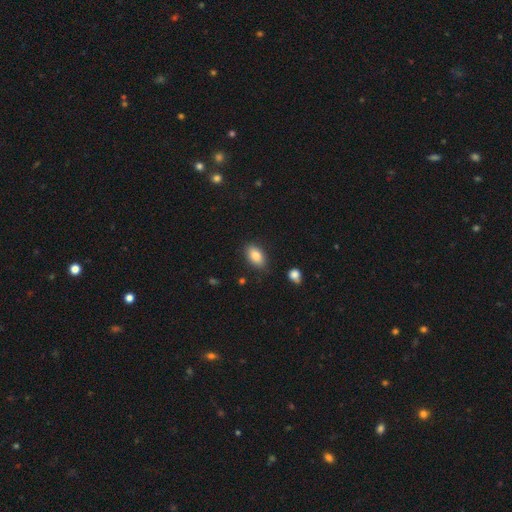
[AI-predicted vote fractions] Smooth or featured: smooth — 81% (featured or disk — 11%)
How rounded: in between — 89% (round — 7%)
Merging: none — 83% (minor disturbance — 12%)